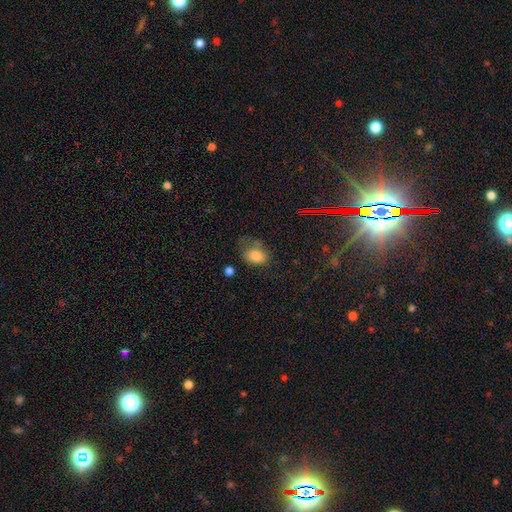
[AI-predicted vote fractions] A smooth galaxy with no disk features (79%) that is in between round and cigar-shaped (72%).

Vote fractions:
- Smooth or featured? smooth: 79% / star or artifact: 11% / featured or disk: 10%
- How rounded? in between: 72% / round: 27% / cigar-shaped: 1%
- Merging? none: 40% / minor disturbance: 30% / major disturbance: 23% / merger: 6%